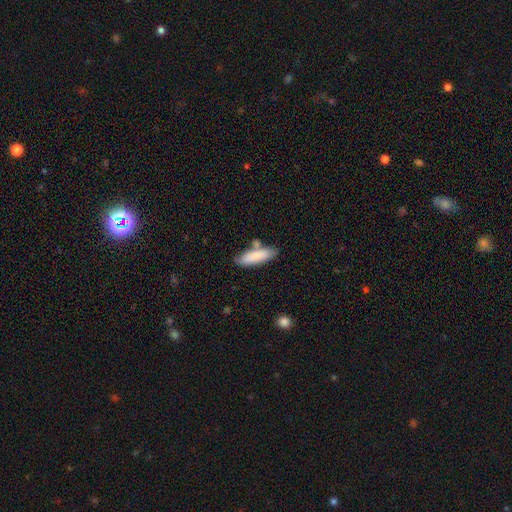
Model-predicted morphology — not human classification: A smooth galaxy with no disk features (84%) that is cigar-shaped (51%). Merging: none (68%).